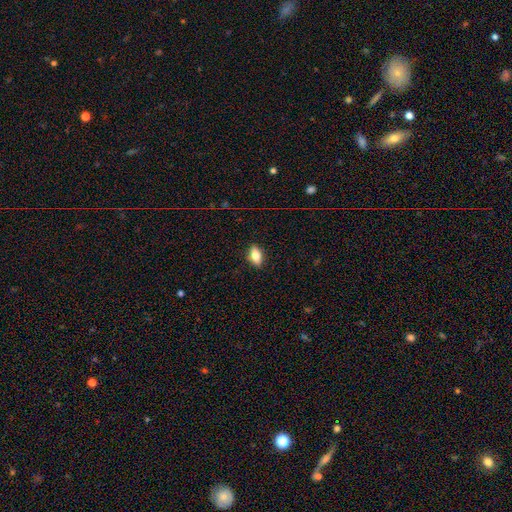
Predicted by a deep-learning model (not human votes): Smooth or featured?
  - smooth: 75% *
  - featured or disk: 17%
  - star or artifact: 8%
How rounded?
  - in between: 86% *
  - cigar-shaped: 8%
  - round: 5%
Merging?
  - none: 89% *
  - minor disturbance: 8%
  - major disturbance: 2%
  - merger: 1%